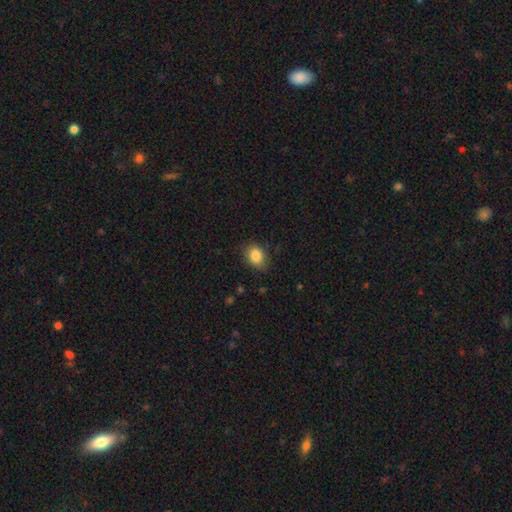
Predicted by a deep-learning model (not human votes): The model was most divided on "how rounded": in between: 65%, round: 34%, cigar-shaped: 1%. More confident: smooth or featured — smooth (86%); merging — none (77%).